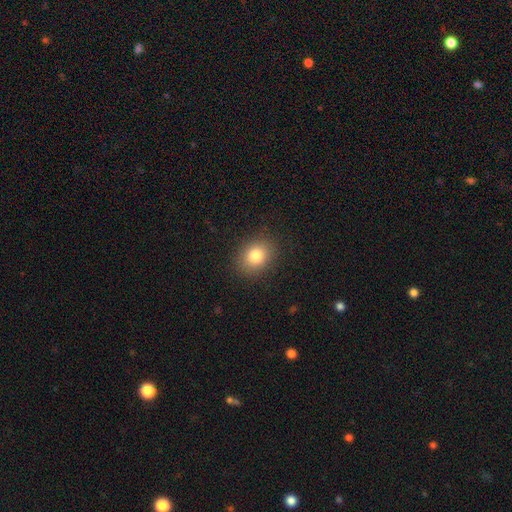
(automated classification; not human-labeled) Smooth or featured: smooth — 81% (star or artifact — 11%)
How rounded: round — 53% (in between — 46%)
Merging: none — 89% (minor disturbance — 8%)